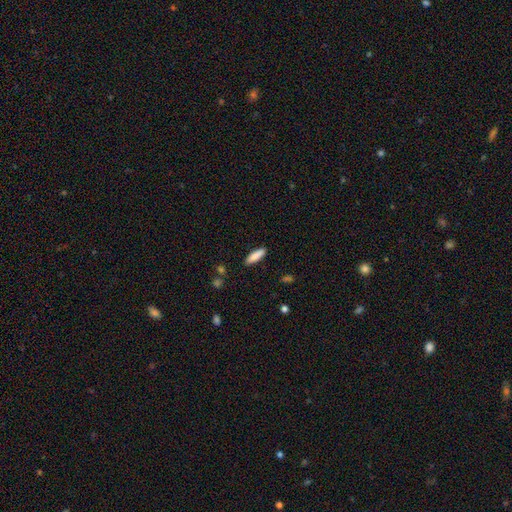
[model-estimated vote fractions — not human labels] Morphology: type=smooth (86%); roundness=cigar-shaped (59%); merging=none (87%).